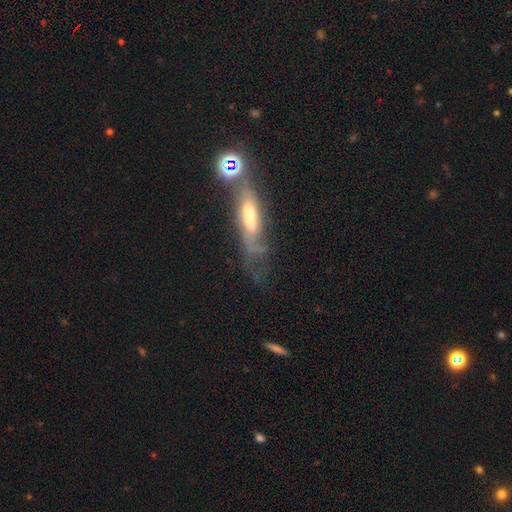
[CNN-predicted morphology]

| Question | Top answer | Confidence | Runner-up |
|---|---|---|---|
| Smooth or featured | featured or disk | 64% | smooth (23%) |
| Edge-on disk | no | 55% | yes (45%) |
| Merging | none | 43% | minor disturbance (22%) |